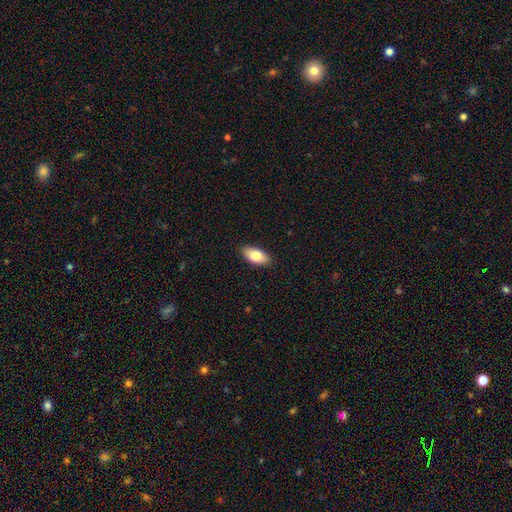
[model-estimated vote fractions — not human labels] A smooth galaxy with no disk features (79%) that is in between round and cigar-shaped (89%).

Vote fractions:
- Smooth or featured? smooth: 79% / featured or disk: 15% / star or artifact: 6%
- How rounded? in between: 89% / cigar-shaped: 8% / round: 3%
- Merging? none: 90% / minor disturbance: 8% / major disturbance: 2% / merger: 1%